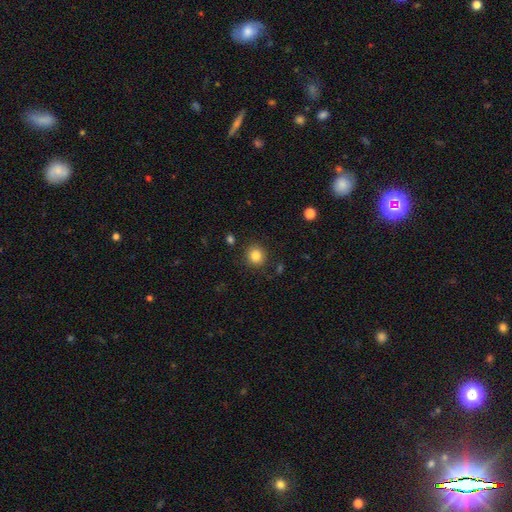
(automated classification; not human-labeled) smooth_or_featured: smooth (p=0.83) [alt: star or artifact p=0.11]
how_rounded: round (p=0.90) [alt: in between p=0.09]
merging: none (p=0.88) [alt: minor disturbance p=0.08]